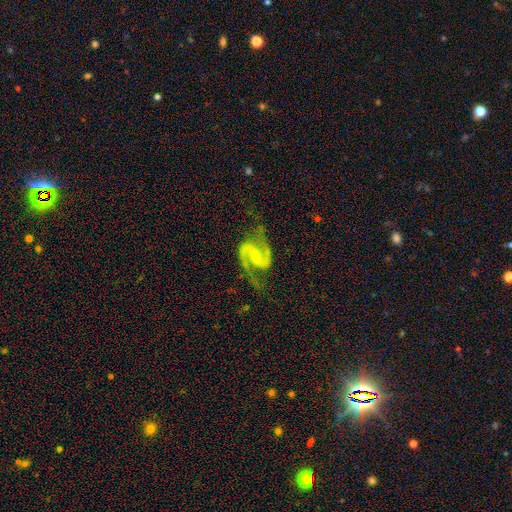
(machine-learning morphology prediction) Smooth or featured? Predicted: featured or disk (p=0.92). Edge-on disk? Predicted: no (p=0.98). Bar? Predicted: weak (p=0.46). Spiral arms? Predicted: yes (p=0.98). Spiral winding? Predicted: medium (p=0.62). Spiral arm count? Predicted: 2 (p=0.94). Bulge size? Predicted: small (p=0.55). Merging? Predicted: none (p=0.74).